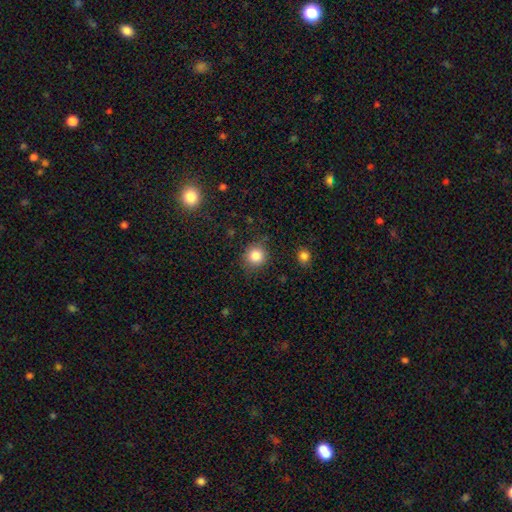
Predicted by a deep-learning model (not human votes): This is clearly a smooth galaxy (85%). How rounded: clearly round (90%). Merging: clearly none (84%).